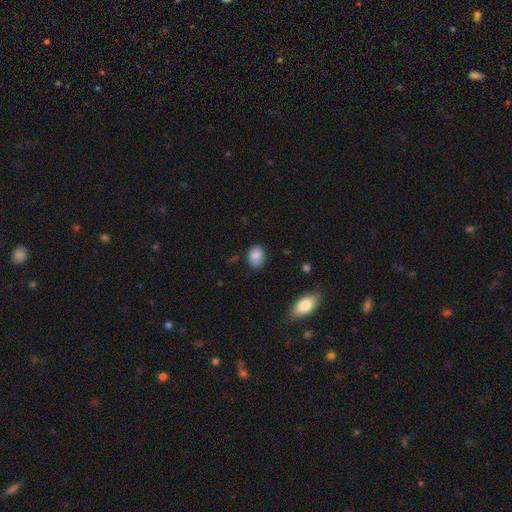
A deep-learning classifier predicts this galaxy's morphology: Smooth or featured: smooth — 85% (star or artifact — 8%)
How rounded: in between — 77% (round — 22%)
Merging: none — 78% (minor disturbance — 18%)